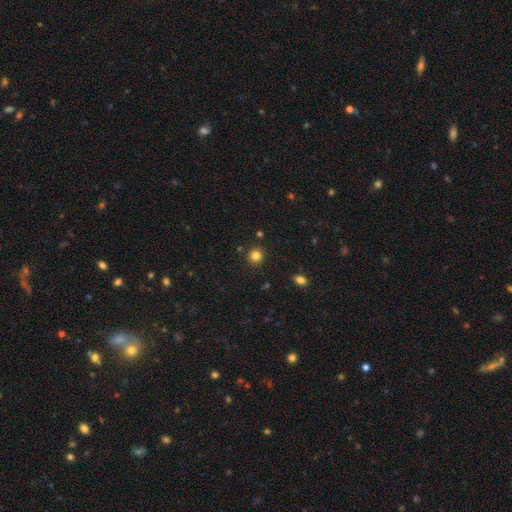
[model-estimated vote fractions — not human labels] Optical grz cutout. It shows a smooth galaxy with no disk features (82%) that is round (92%). Merging: none (90%).